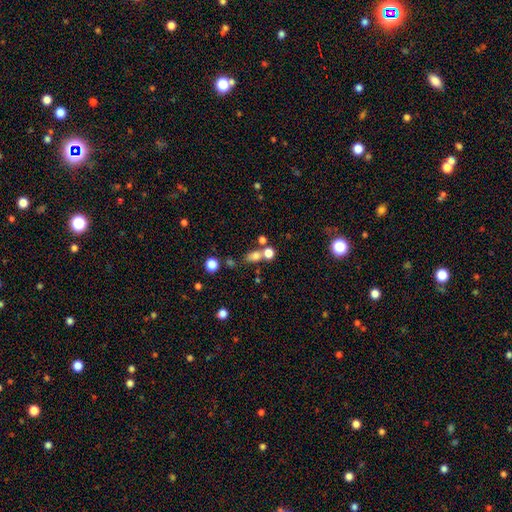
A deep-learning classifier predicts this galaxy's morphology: Smooth or featured? Predicted: smooth (p=0.72). How rounded? Predicted: in between (p=0.55). Merging? Predicted: none (p=0.50).